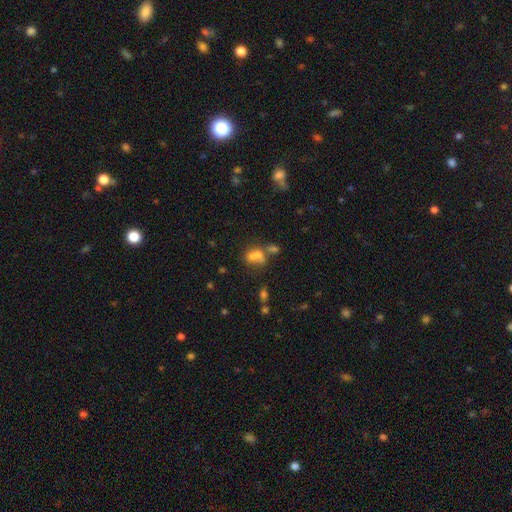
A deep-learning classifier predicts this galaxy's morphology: A smooth galaxy with no disk features (60%) that is round (50%). Merging: merger (55%).